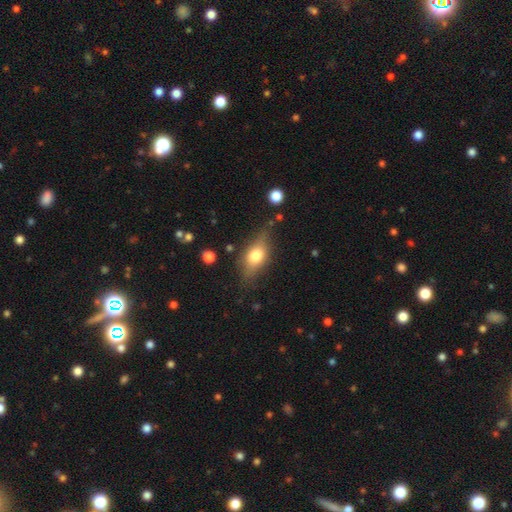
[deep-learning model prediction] This appears to be a smooth galaxy with no disk features (63%) that is in between round and cigar-shaped (76%). Merging: none (69%).